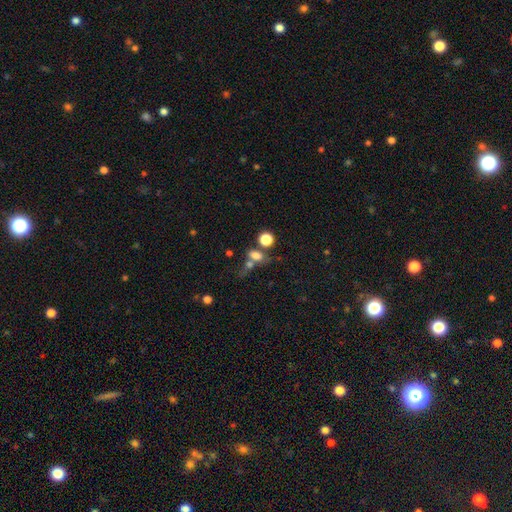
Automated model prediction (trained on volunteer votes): Smooth or featured? smooth (71%)
How rounded? in between (64%)
Merging? none (39%)